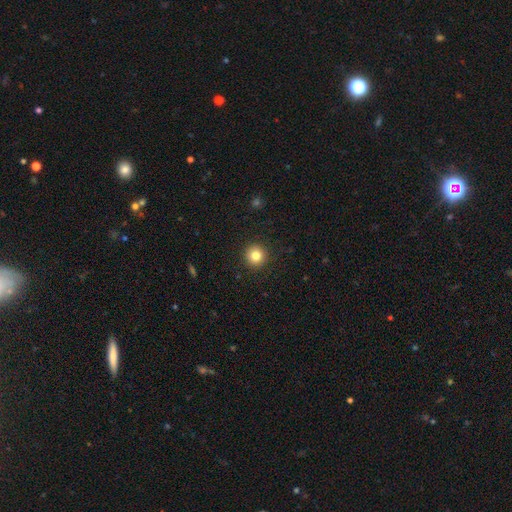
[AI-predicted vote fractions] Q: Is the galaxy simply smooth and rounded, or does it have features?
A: smooth — 83%.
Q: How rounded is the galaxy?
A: round — 95%.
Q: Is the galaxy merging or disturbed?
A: none — 92%.